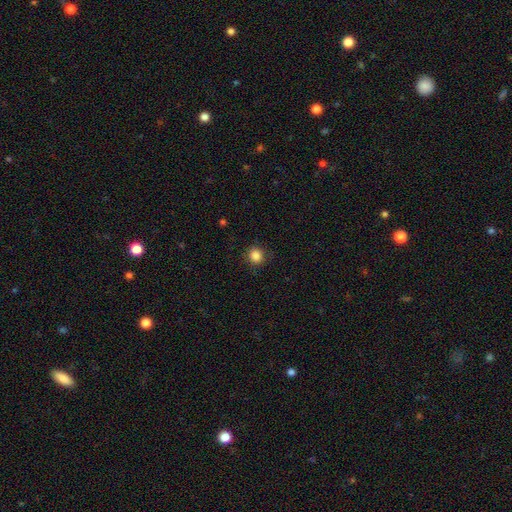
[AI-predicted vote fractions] smooth-or-featured: smooth: 85% | star or artifact: 11% | featured or disk: 4%
  how-rounded: round: 89% | in between: 10% | cigar-shaped: 1%
  merging: none: 88% | minor disturbance: 8% | major disturbance: 3% | merger: 1%